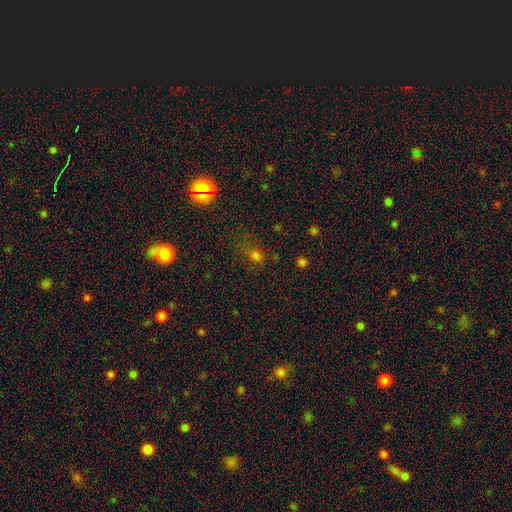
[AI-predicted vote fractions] smooth-or-featured: smooth: 64% | star or artifact: 29% | featured or disk: 8%
  how-rounded: in between: 49% | round: 48% | cigar-shaped: 3%
  merging: none: 57% | minor disturbance: 22% | major disturbance: 14% | merger: 7%